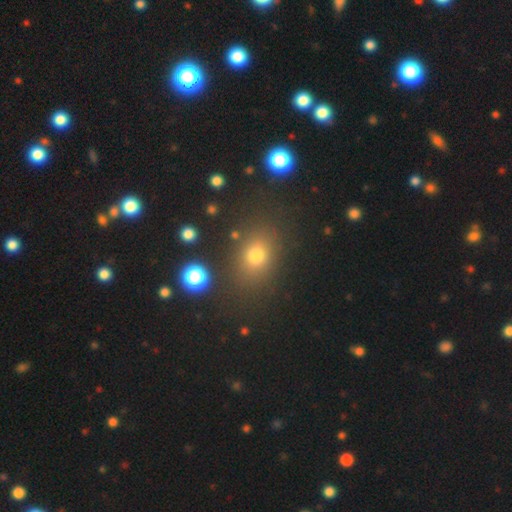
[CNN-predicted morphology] Smooth or featured: smooth — 72% (star or artifact — 18%)
How rounded: in between — 55% (round — 43%)
Merging: none — 80% (minor disturbance — 11%)